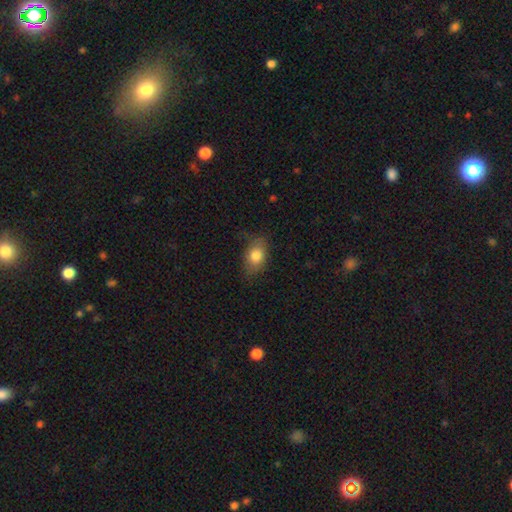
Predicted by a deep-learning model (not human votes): Morphology: type=smooth (80%); roundness=in between (79%); merging=none (71%).